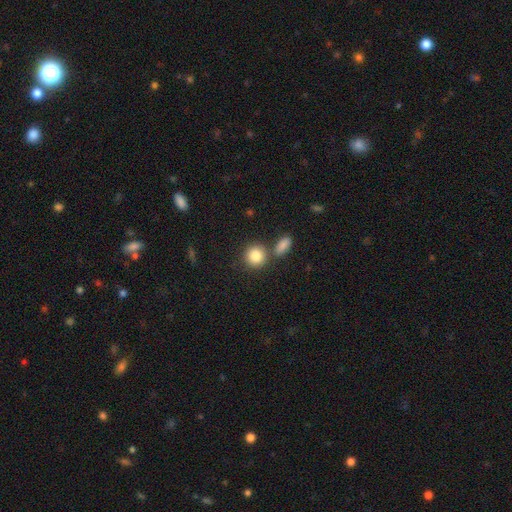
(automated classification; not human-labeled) A smooth galaxy with no disk features (86%) that is round (83%).

Vote fractions:
- Smooth or featured? smooth: 86% / star or artifact: 8% / featured or disk: 6%
- How rounded? round: 83% / in between: 16% / cigar-shaped: 1%
- Merging? none: 67% / merger: 19% / minor disturbance: 10% / major disturbance: 4%